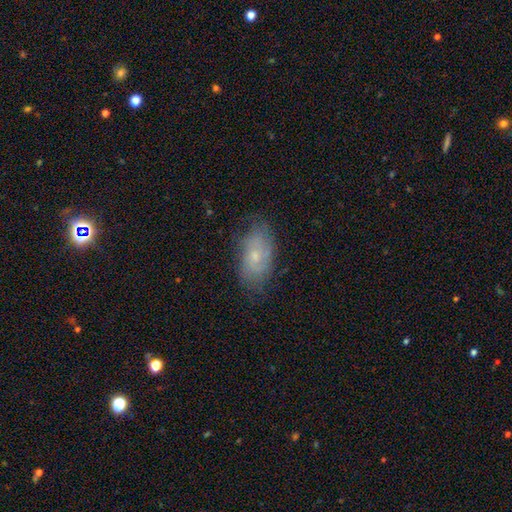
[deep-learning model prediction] Smooth or featured? Predicted: featured or disk (p=0.48). Merging? Predicted: none (p=0.72).